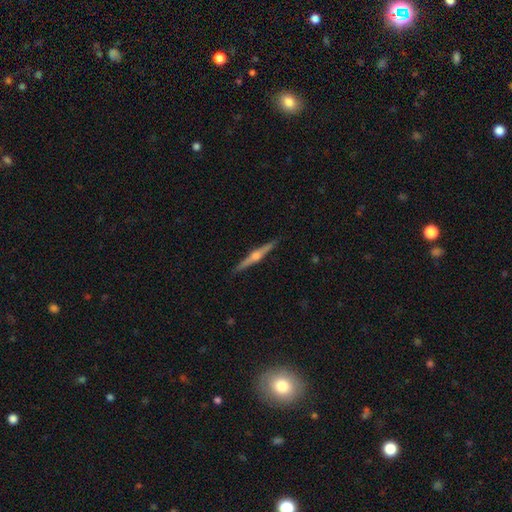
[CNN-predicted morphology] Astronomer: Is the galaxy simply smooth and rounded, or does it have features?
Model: featured or disk — 82%.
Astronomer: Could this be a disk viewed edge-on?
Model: yes — 98%.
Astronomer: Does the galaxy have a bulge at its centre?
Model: rounded — 91%.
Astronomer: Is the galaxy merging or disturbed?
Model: none — 92%.